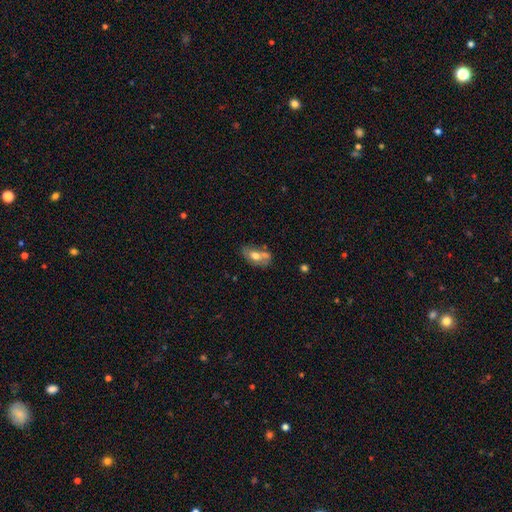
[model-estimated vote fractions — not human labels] Smooth or featured? smooth (55%)
How rounded? in between (87%)
Merging? none (40%)